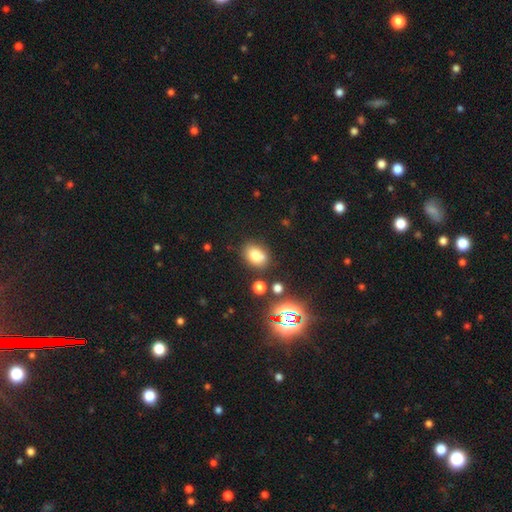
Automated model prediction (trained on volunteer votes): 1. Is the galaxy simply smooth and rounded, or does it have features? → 74% smooth, 16% star or artifact, 10% featured or disk.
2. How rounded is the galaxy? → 64% in between, 35% round, 1% cigar-shaped.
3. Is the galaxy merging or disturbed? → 74% none, 14% minor disturbance, 8% merger, 4% major disturbance.